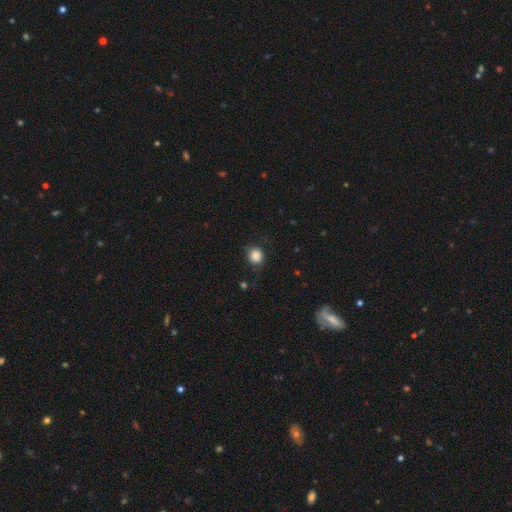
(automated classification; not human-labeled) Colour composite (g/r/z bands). It shows a smooth galaxy with no disk features (86%) that is round (88%). Merging: none (80%).